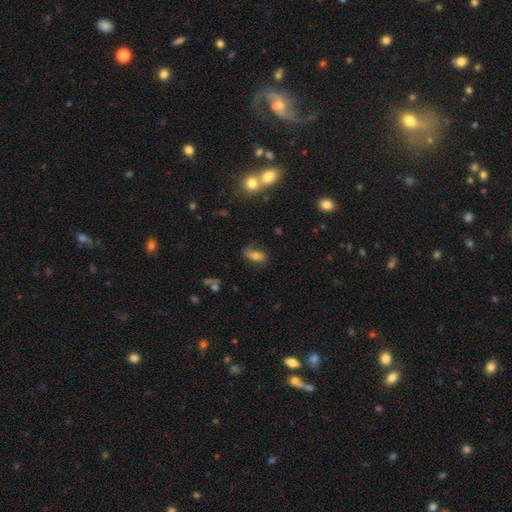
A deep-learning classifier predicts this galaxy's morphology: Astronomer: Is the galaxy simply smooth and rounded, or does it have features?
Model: smooth — 63%.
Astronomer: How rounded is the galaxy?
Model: in between — 84%.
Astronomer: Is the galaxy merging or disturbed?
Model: none — 56%.